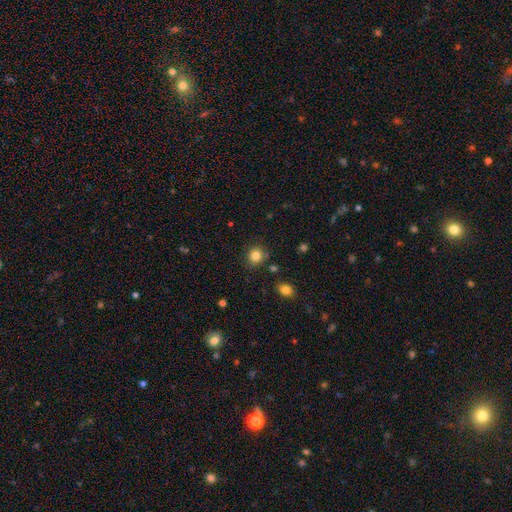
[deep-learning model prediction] The model was most divided on "how rounded": round: 81%, in between: 18%, cigar-shaped: 1%. More confident: smooth or featured — smooth (83%); merging — none (81%).